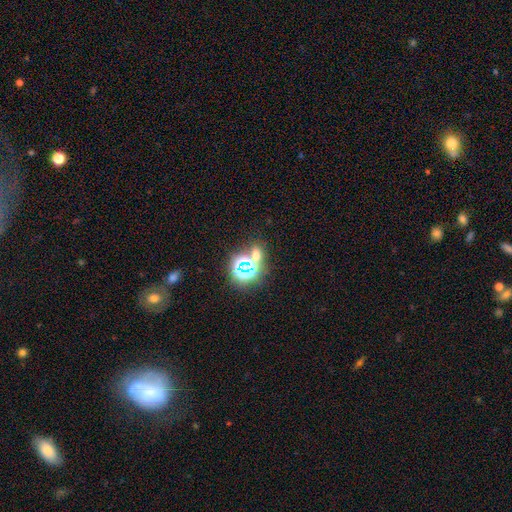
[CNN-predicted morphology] Smooth or featured? star or artifact (53%)